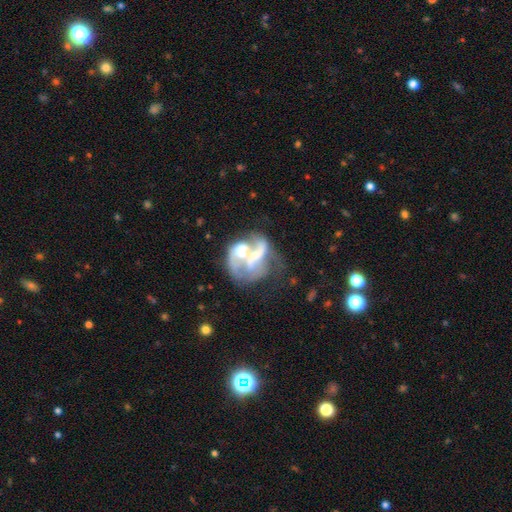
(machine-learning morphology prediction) type=featured or disk (67%); edge-on=no (97%); bar=no (70%); spiral arms=no (54%); bulge=moderate (43%); merging=merger (50%).